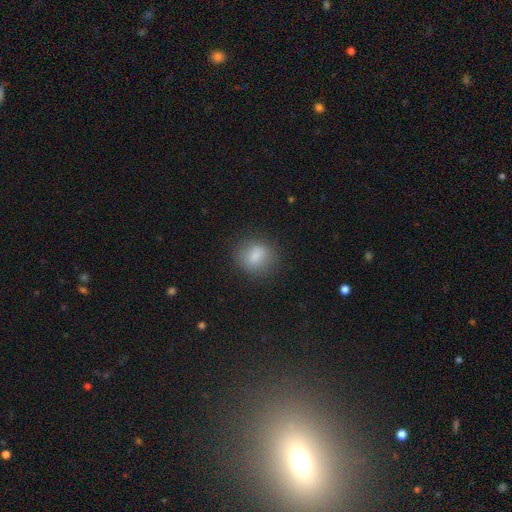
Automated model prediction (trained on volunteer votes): Morphology: type=smooth (82%); roundness=round (64%); merging=none (80%).